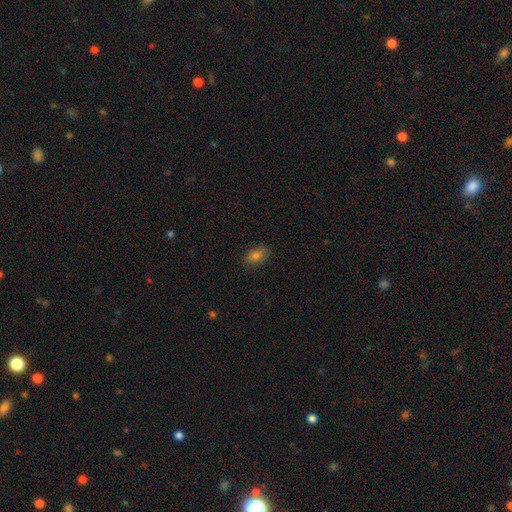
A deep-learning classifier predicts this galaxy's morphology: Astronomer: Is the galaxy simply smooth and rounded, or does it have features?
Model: smooth — 78%.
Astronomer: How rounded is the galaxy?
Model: in between — 84%.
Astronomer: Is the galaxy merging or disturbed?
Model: none — 84%.